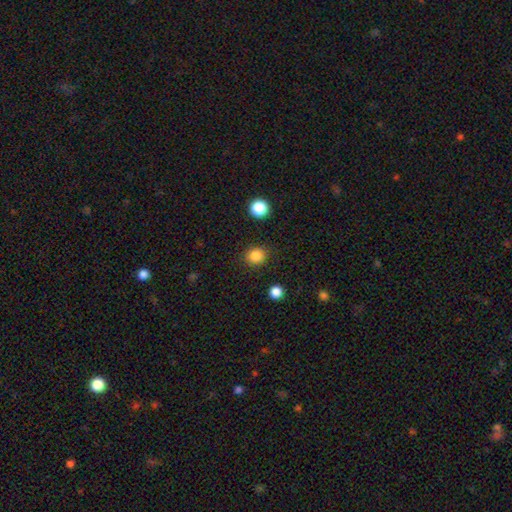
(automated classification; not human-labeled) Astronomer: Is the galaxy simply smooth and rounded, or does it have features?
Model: smooth — 85%.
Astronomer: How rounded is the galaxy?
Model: round — 79%.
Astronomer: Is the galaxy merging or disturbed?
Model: none — 88%.